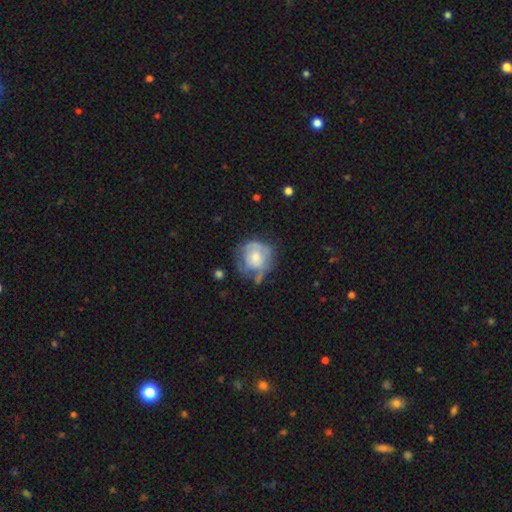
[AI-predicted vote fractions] Smooth or featured: featured or disk — 49% (smooth — 43%)
Merging: none — 49% (minor disturbance — 29%)